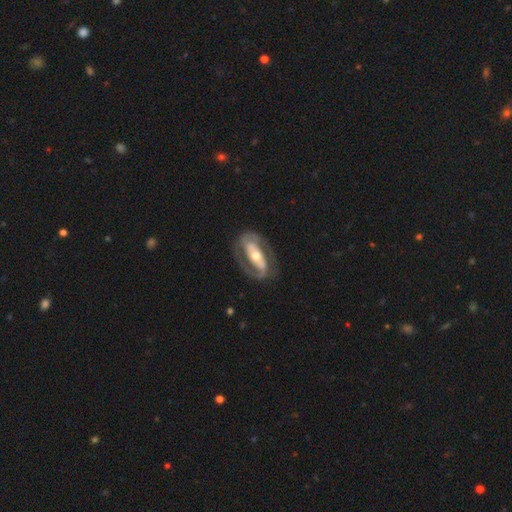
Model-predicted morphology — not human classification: Q: Smooth or featured?
A: featured or disk (82%); runner-up: smooth (14%)
Q: Edge-on disk?
A: no (92%); runner-up: yes (8%)
Q: Bar?
A: strong (53%); runner-up: no (27%)
Q: Spiral arms?
A: yes (78%); runner-up: no (22%)
Q: Spiral winding?
A: tight (41%); tied with: medium (41%)
Q: Spiral arm count?
A: 2 (83%); runner-up: can't tell (8%)
Q: Bulge size?
A: moderate (59%); runner-up: small (31%)
Q: Merging?
A: none (75%); runner-up: minor disturbance (14%)